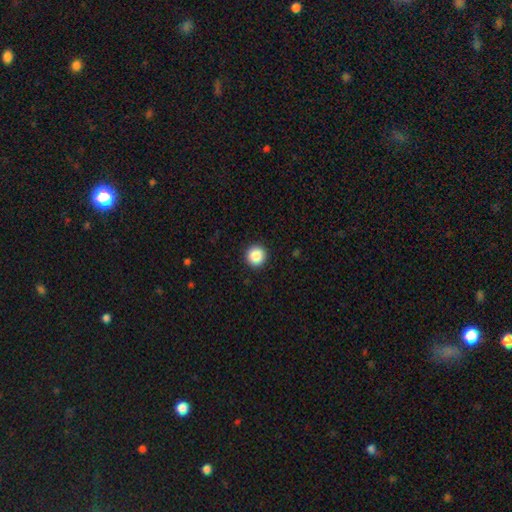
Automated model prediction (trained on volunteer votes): A smooth galaxy with no disk features (88%) that is round (95%).

Vote fractions:
- Smooth or featured? smooth: 88% / star or artifact: 9% / featured or disk: 3%
- How rounded? round: 95% / in between: 4% / cigar-shaped: 1%
- Merging? none: 93% / minor disturbance: 4% / major disturbance: 2% / merger: 1%